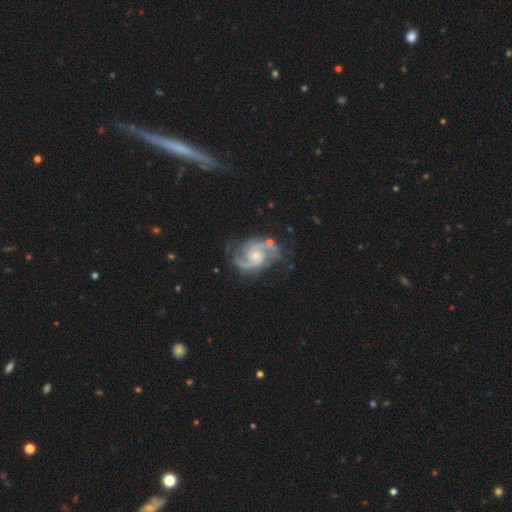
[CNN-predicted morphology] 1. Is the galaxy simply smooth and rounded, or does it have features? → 92% featured or disk, 5% star or artifact, 3% smooth.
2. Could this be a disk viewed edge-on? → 98% no, 2% yes.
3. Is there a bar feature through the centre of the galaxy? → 59% no, 33% weak, 7% strong.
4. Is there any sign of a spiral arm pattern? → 98% yes, 2% no.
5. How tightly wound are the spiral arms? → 58% medium, 30% tight, 12% loose.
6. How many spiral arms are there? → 85% 2, 7% 3, 3% can't tell, 2% 1, 2% 4, 2% more than 4.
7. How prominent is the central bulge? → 58% small, 37% moderate, 2% none, 2% large, 1% dominant.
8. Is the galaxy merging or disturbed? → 69% none, 19% minor disturbance, 8% major disturbance, 3% merger.